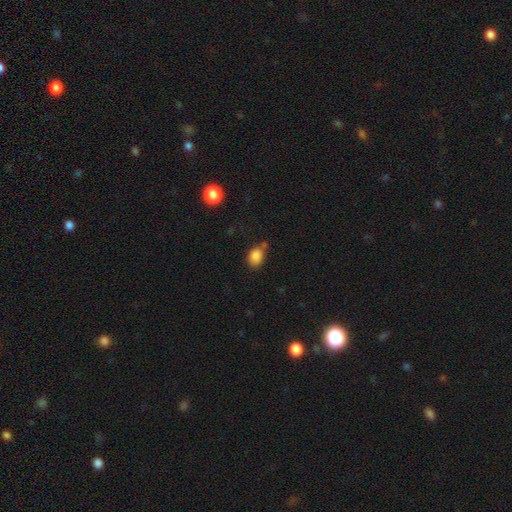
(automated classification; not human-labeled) The model was most divided on "merging": none: 58%, minor disturbance: 22%, merger: 14%, major disturbance: 6%. More confident: smooth or featured — smooth (85%); how rounded — in between (70%).